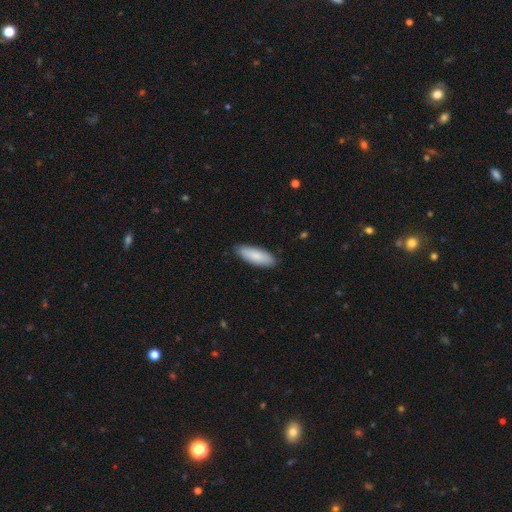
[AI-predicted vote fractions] The model was most divided on "how rounded": in between: 66%, cigar-shaped: 33%, round: 1%. More confident: merging — none (87%); smooth or featured — smooth (86%).